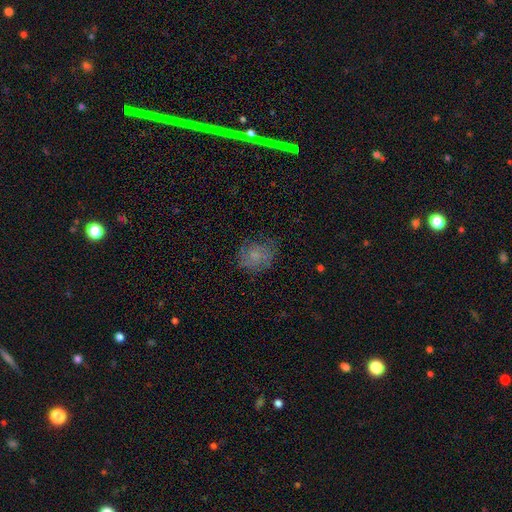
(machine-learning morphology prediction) This is likely a smooth galaxy (63%). How rounded: possibly round (53%). Merging: likely none (65%).